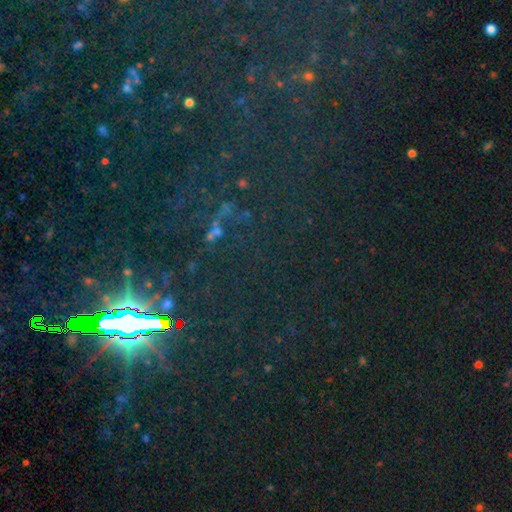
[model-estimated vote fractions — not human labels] A star or artifact, not a galaxy (83%).